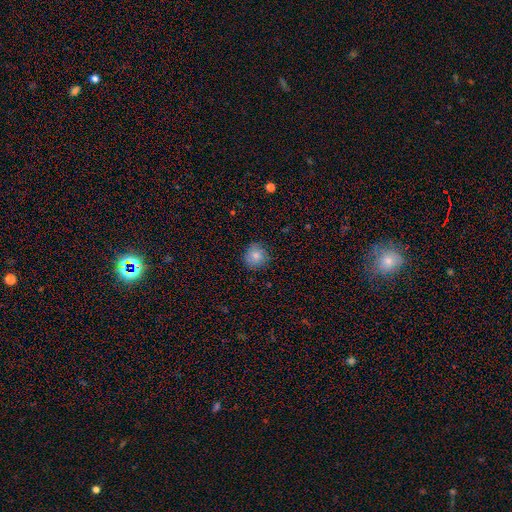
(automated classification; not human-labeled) Smooth or featured? Predicted: smooth (p=0.81). How rounded? Predicted: round (p=0.89). Merging? Predicted: none (p=0.84).